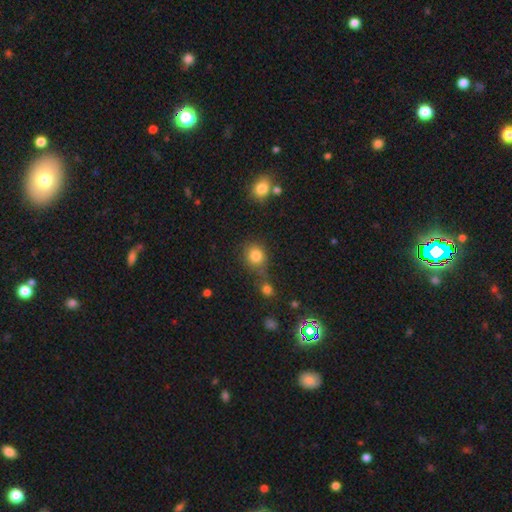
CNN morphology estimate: smooth 82%, star or artifact 12%, featured or disk 6%. Down the decision tree: how rounded — round (80%); merging — none (66%).